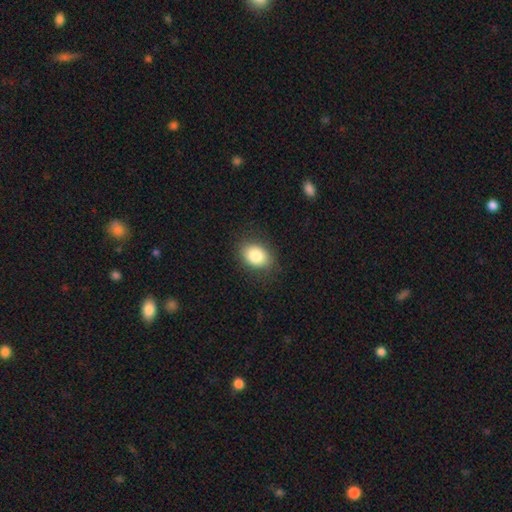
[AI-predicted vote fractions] Q: Smooth or featured?
A: smooth (84%); runner-up: star or artifact (8%)
Q: How rounded?
A: in between (71%); runner-up: round (28%)
Q: Merging?
A: none (84%); runner-up: minor disturbance (11%)